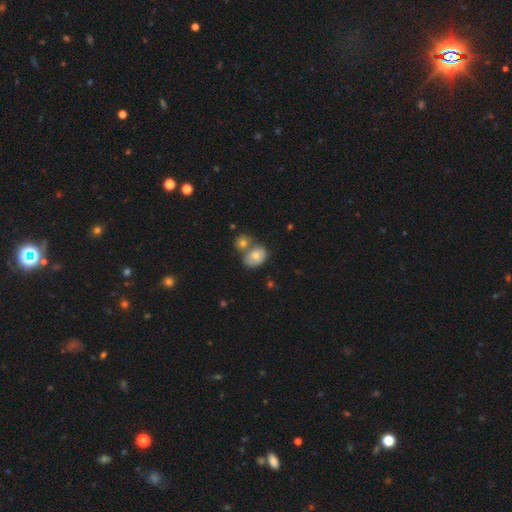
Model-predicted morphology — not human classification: A smooth galaxy with no disk features (74%) that is in between round and cigar-shaped (50%). Merging: merger (50%).